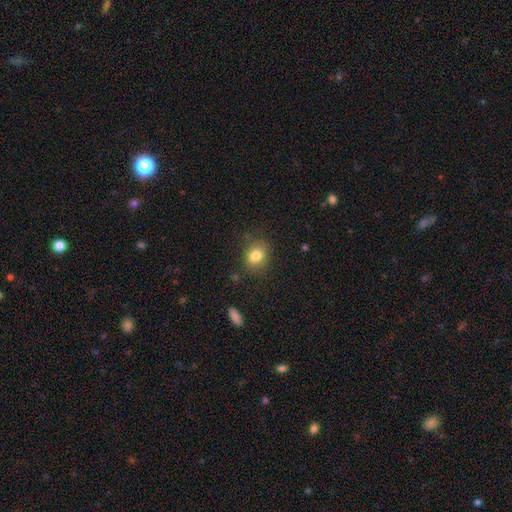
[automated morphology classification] Overall: smooth (81%). How rounded: round (54%; in between 45%). Merging: none (79%).